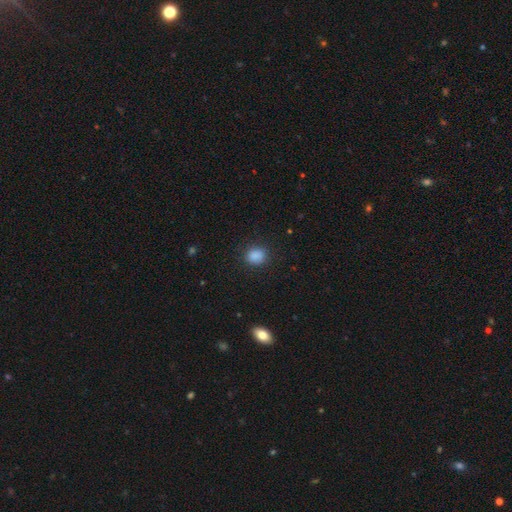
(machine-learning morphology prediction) Overall: smooth (86%). How rounded: round (71%). Merging: none (86%).